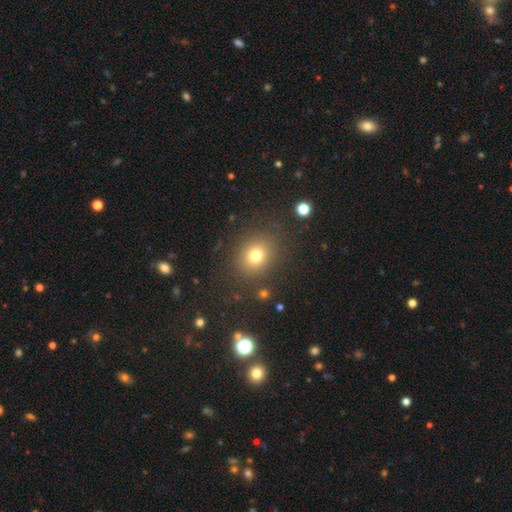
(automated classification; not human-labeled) Smooth or featured: smooth — 75% (star or artifact — 15%)
How rounded: round — 69% (in between — 30%)
Merging: none — 84% (minor disturbance — 9%)